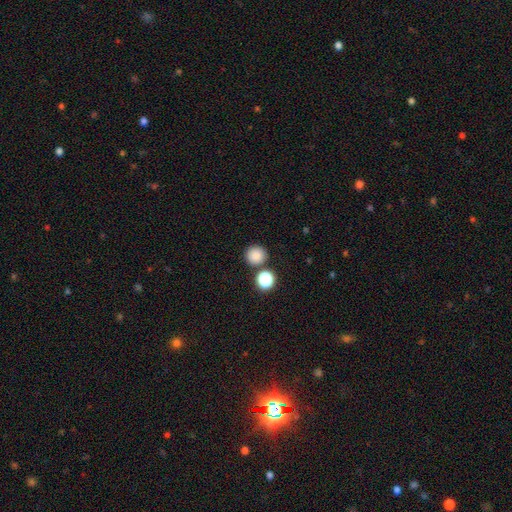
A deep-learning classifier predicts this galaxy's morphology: Q: Smooth or featured?
A: smooth (83%); runner-up: star or artifact (12%)
Q: How rounded?
A: round (92%); runner-up: in between (7%)
Q: Merging?
A: none (80%); runner-up: merger (10%)